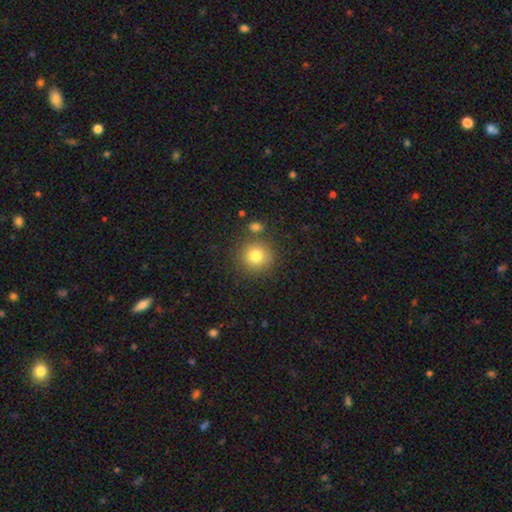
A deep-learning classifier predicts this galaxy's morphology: type=smooth (80%); roundness=round (91%); merging=none (80%).